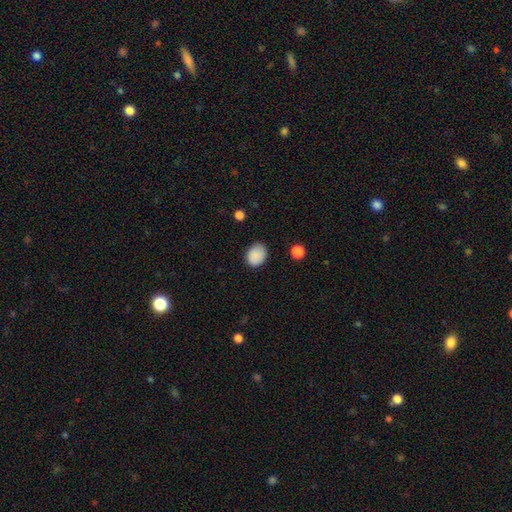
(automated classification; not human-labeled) A smooth galaxy with no disk features (88%) that is in between round and cigar-shaped (59%). Merging: none (82%).